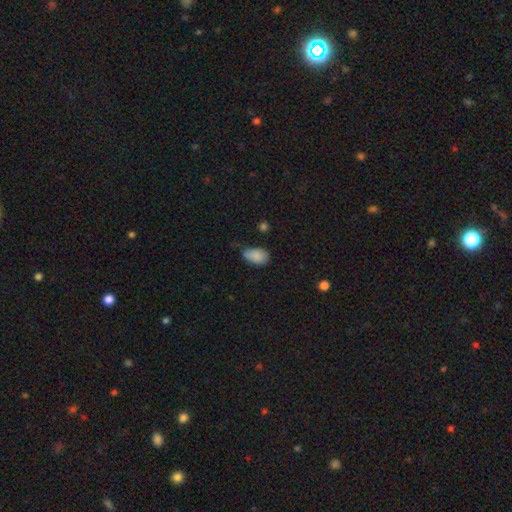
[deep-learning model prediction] The model was most divided on "merging": none: 50%, minor disturbance: 40%, major disturbance: 7%, merger: 3%. More confident: how rounded — in between (90%); smooth or featured — smooth (86%).